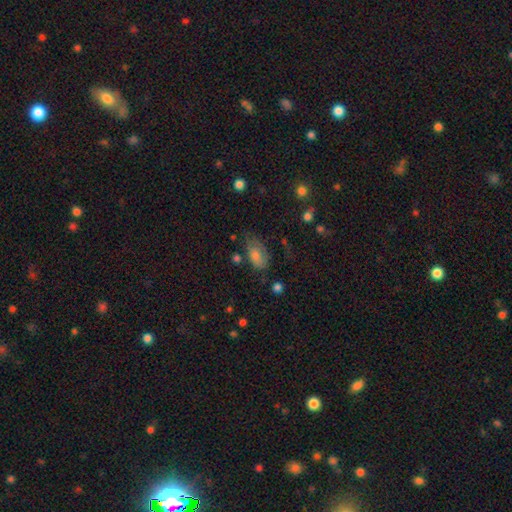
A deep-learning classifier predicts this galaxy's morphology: Smooth or featured? Predicted: smooth (p=0.68). How rounded? Predicted: in between (p=0.90). Merging? Predicted: none (p=0.52).